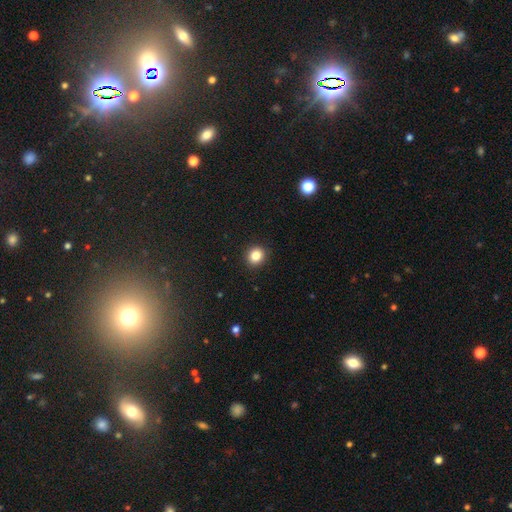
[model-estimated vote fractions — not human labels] The model was most divided on "how rounded": round: 82%, in between: 17%, cigar-shaped: 1%. More confident: merging — none (92%); smooth or featured — smooth (84%).